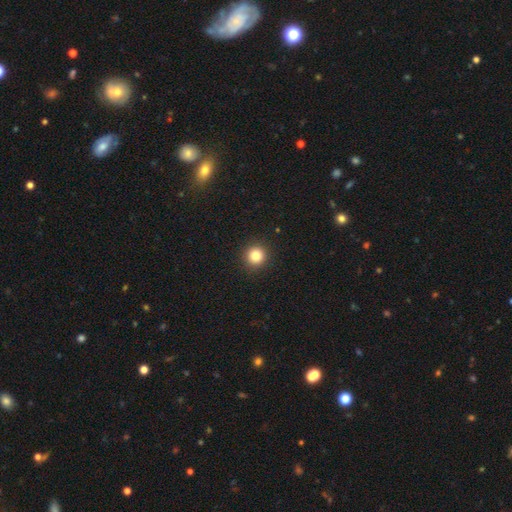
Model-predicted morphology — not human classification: smooth 83%, star or artifact 11%, featured or disk 5%. Down the decision tree: how rounded — round (95%); merging — none (93%).